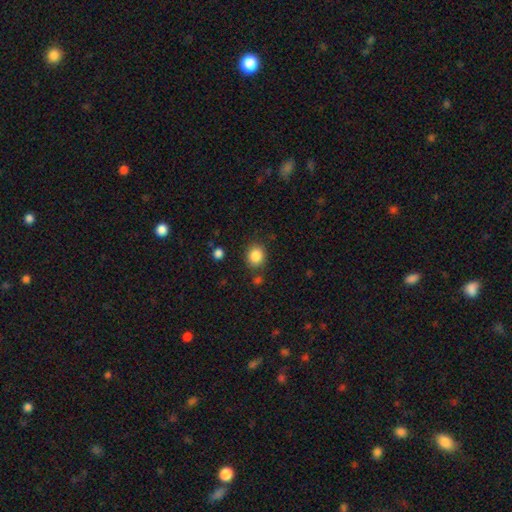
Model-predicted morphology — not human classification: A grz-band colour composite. It shows a smooth galaxy with no disk features (86%) that is round (75%). Merging: none (82%).